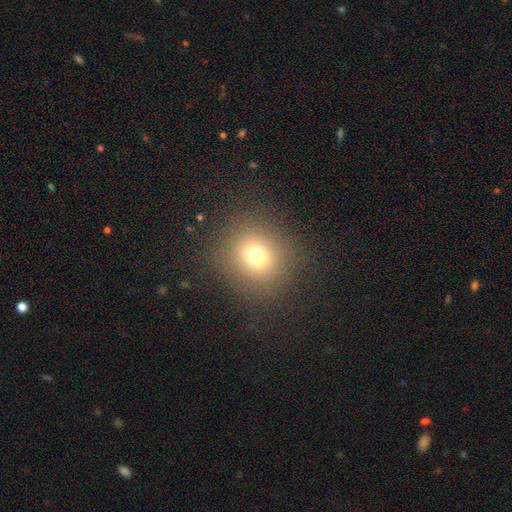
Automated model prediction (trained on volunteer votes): Overall: smooth (72%). How rounded: round (87%). Merging: none (87%).